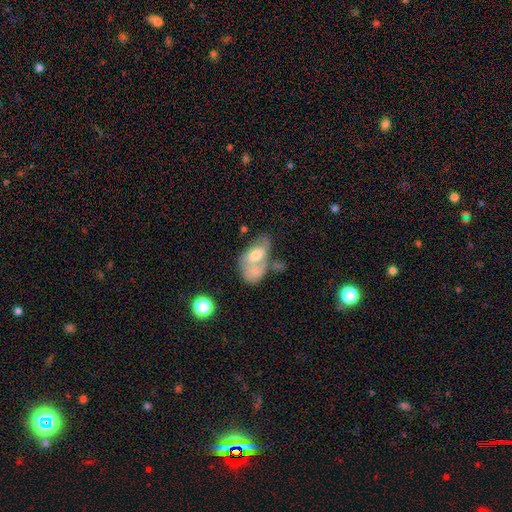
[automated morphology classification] Smooth or featured: smooth — 52% (featured or disk — 40%)
How rounded: in between — 89% (round — 8%)
Merging: merger — 55% (none — 20%)